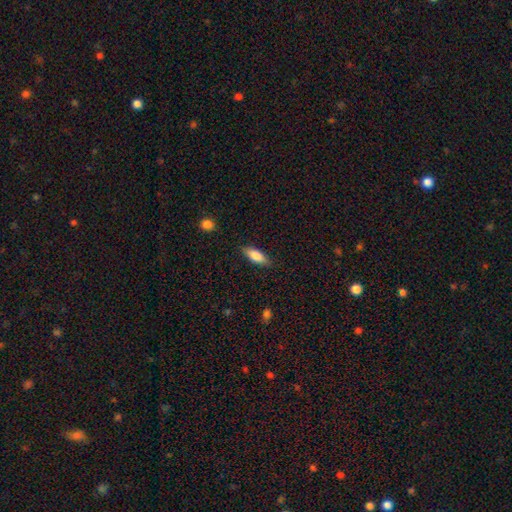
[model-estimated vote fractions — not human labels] Overall: smooth (78%). How rounded: in between (68%; cigar-shaped 30%). Merging: none (85%).